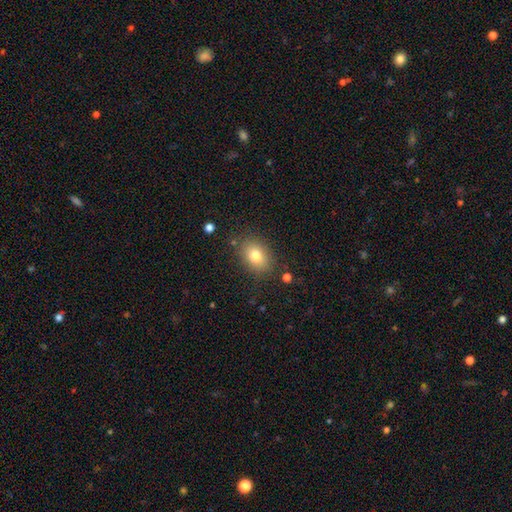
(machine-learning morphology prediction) Q: Smooth or featured?
A: smooth (78%); runner-up: featured or disk (11%)
Q: How rounded?
A: in between (66%); runner-up: round (33%)
Q: Merging?
A: none (83%); runner-up: minor disturbance (11%)